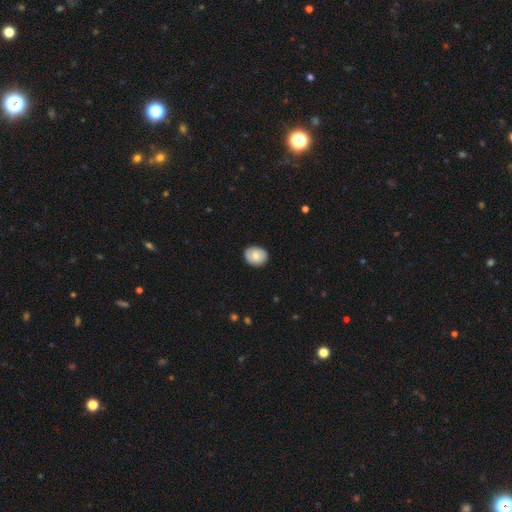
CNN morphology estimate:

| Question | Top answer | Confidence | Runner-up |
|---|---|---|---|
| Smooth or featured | smooth | 72% | featured or disk (21%) |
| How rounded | round | 57% | in between (43%) |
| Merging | none | 84% | minor disturbance (13%) |